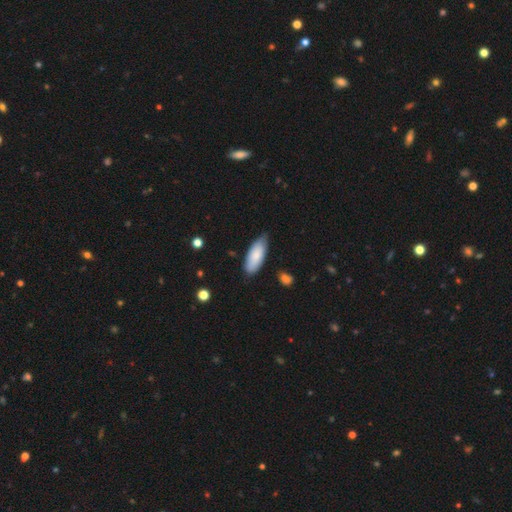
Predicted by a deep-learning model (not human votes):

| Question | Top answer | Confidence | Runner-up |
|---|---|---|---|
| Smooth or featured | smooth | 80% | featured or disk (14%) |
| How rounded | in between | 80% | cigar-shaped (18%) |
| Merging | none | 69% | minor disturbance (26%) |